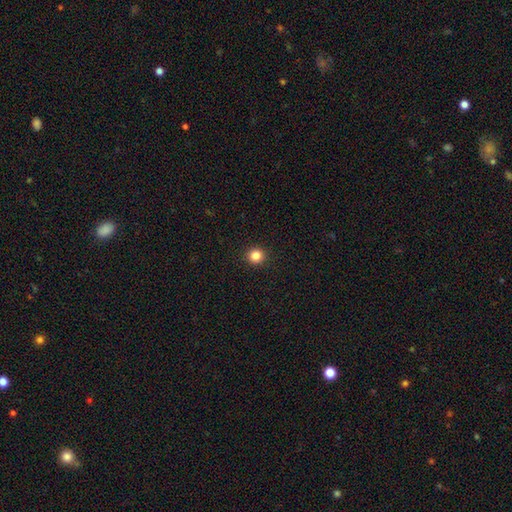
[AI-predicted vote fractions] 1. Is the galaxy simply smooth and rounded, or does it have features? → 84% smooth, 12% star or artifact, 4% featured or disk.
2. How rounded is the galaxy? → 93% round, 6% in between, 1% cigar-shaped.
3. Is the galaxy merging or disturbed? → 93% none, 4% minor disturbance, 2% major disturbance, 1% merger.